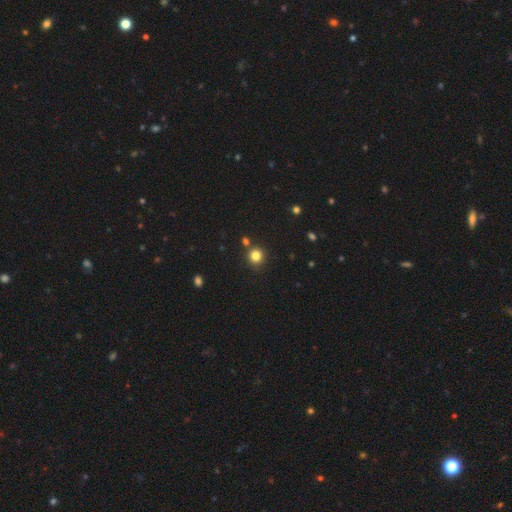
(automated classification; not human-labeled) Overall: smooth (81%). How rounded: round (93%). Merging: none (82%).